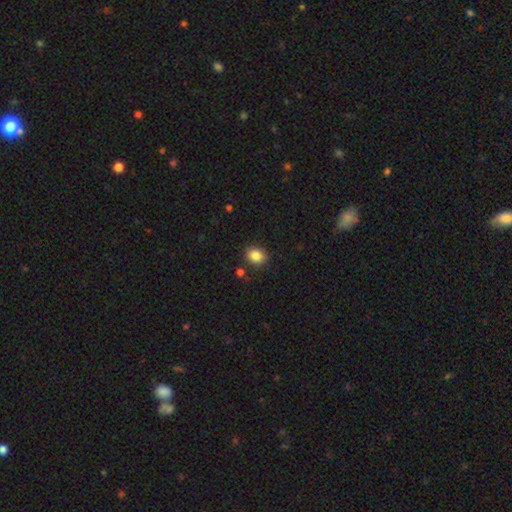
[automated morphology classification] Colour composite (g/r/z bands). It shows a smooth galaxy with no disk features (85%) that is in between round and cigar-shaped (52%). Merging: none (86%).